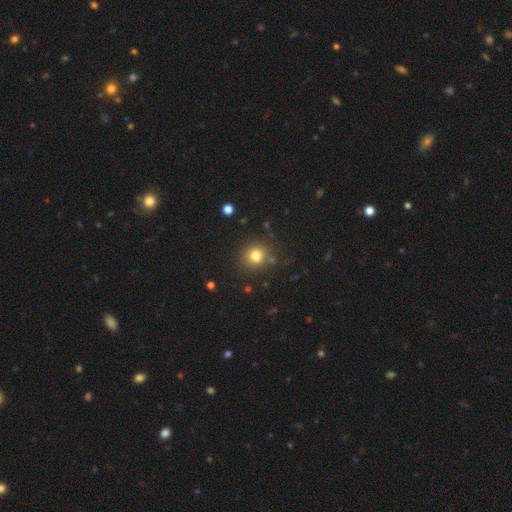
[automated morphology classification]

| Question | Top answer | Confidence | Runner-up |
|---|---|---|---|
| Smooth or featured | smooth | 80% | star or artifact (13%) |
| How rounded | round | 85% | in between (14%) |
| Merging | none | 80% | minor disturbance (12%) |